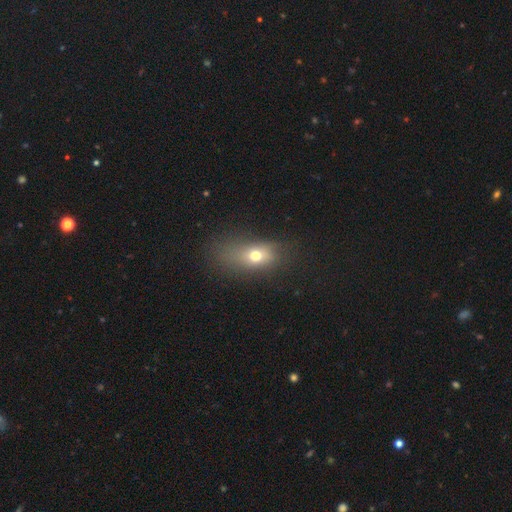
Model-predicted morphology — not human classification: Smooth or featured: smooth — 68% (featured or disk — 18%)
How rounded: in between — 73% (round — 21%)
Merging: none — 64% (minor disturbance — 19%)